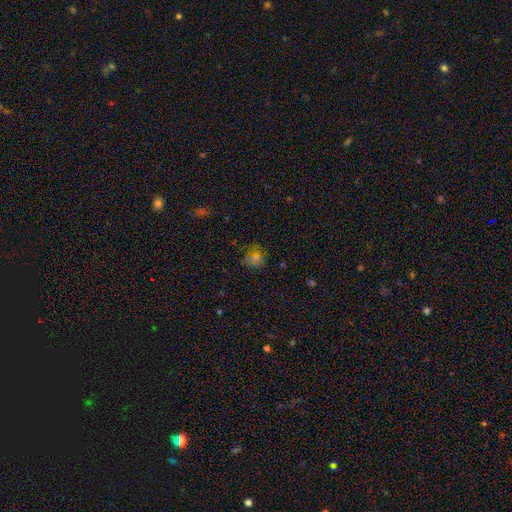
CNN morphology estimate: This is likely a smooth galaxy (65%). How rounded: clearly round (87%). Merging: likely none (74%).